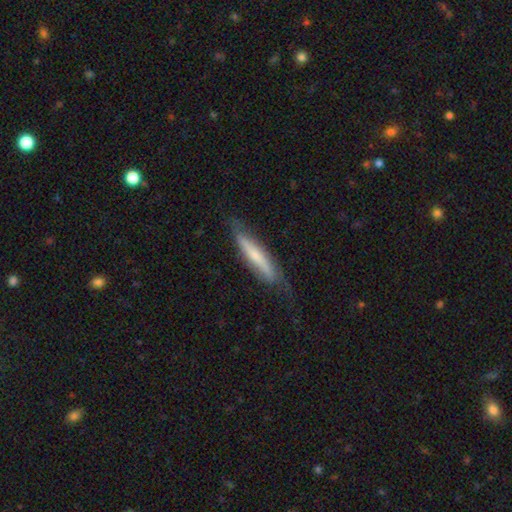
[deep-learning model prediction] Q: Smooth or featured?
A: featured or disk (47%); tied with: smooth (47%)
Q: Merging?
A: none (69%); runner-up: minor disturbance (23%)